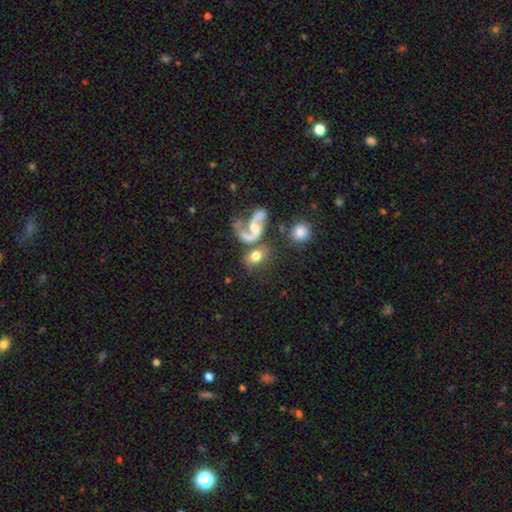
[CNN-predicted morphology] Smooth or featured? Predicted: smooth (p=0.48). Merging? Predicted: none (p=0.39).